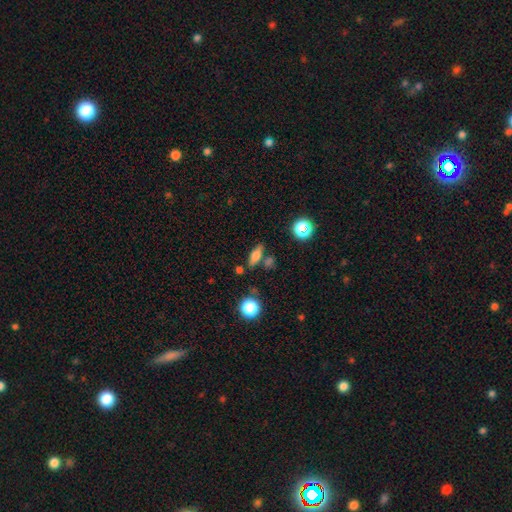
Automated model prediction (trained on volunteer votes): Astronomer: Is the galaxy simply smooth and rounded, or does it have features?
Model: smooth — 67%.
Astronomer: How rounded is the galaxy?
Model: in between — 57% (runner-up: cigar-shaped, 33%).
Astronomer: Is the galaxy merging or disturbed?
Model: none — 73%.